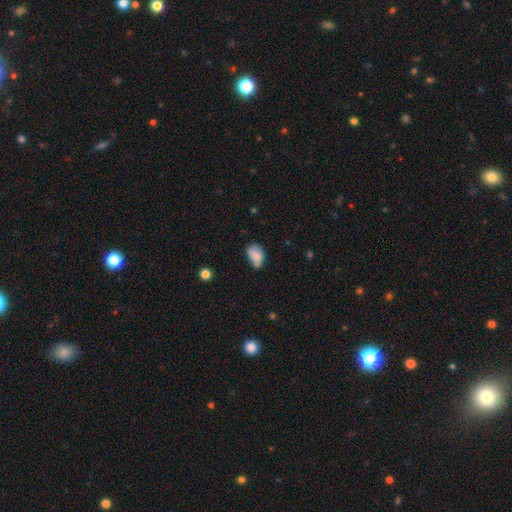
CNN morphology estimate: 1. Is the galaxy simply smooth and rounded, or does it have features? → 81% smooth, 10% featured or disk, 9% star or artifact.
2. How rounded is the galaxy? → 83% in between, 16% round, 1% cigar-shaped.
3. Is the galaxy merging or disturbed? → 46% none, 40% minor disturbance, 11% major disturbance, 4% merger.